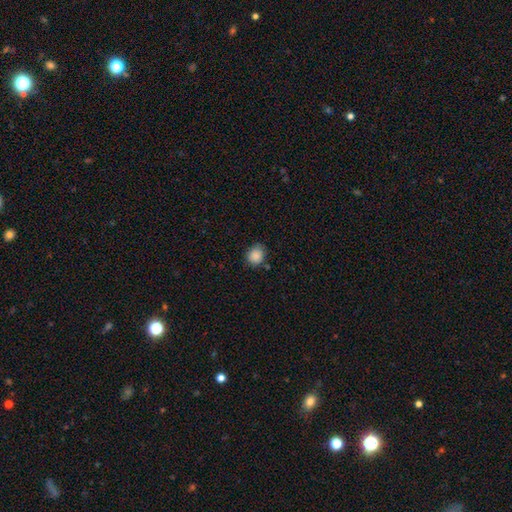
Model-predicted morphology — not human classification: smooth-or-featured: smooth: 87% | star or artifact: 9% | featured or disk: 4%
  how-rounded: round: 67% | in between: 32% | cigar-shaped: 1%
  merging: none: 74% | minor disturbance: 19% | major disturbance: 3% | merger: 3%